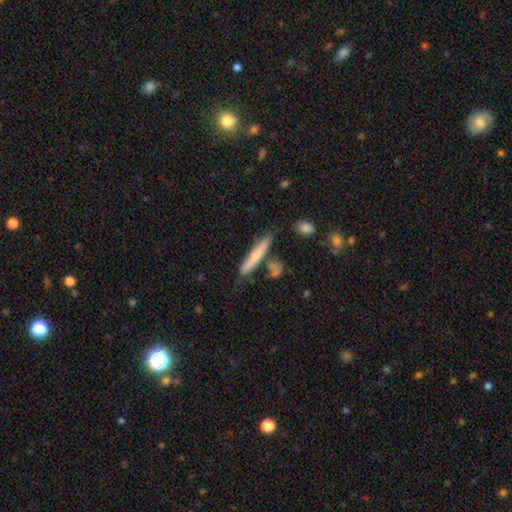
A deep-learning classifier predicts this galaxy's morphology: A smooth galaxy with no disk features (61%) that is cigar-shaped (92%). Merging: none (73%).